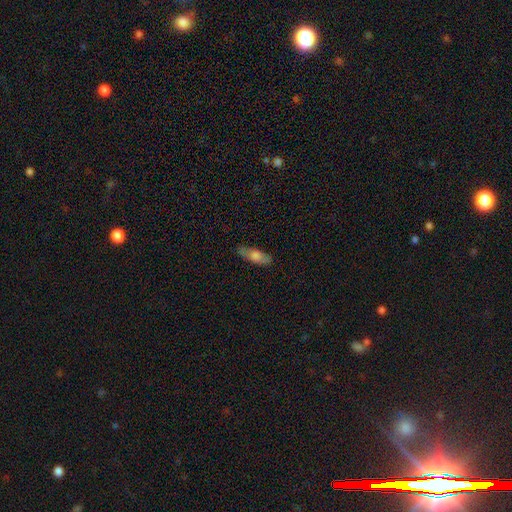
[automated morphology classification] Smooth or featured? smooth (60%)
How rounded? in between (61%)
Merging? none (80%)